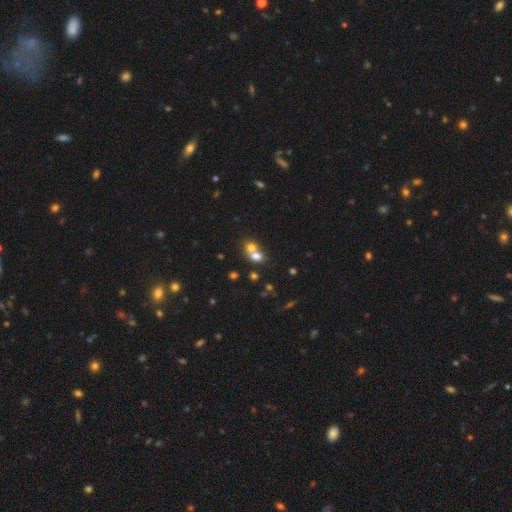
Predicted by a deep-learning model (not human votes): Smooth or featured: smooth — 70% (featured or disk — 17%)
How rounded: round — 53% (in between — 45%)
Merging: merger — 65% (none — 26%)